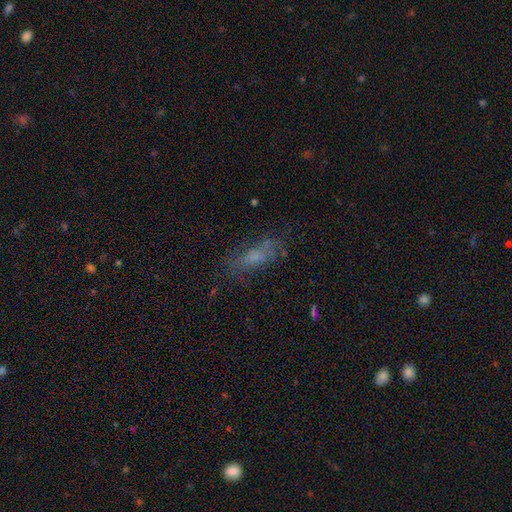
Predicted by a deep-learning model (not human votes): This appears to be a smooth galaxy with no disk features (59%) that is in between round and cigar-shaped (62%). Merging: none (60%).